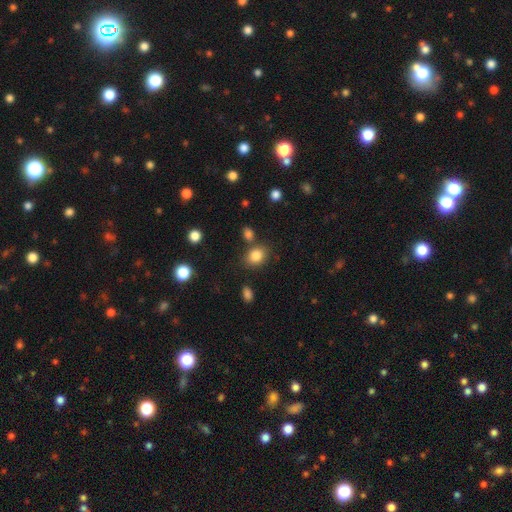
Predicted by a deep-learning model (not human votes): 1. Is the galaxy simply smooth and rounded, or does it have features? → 84% smooth, 10% star or artifact, 6% featured or disk.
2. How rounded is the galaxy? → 52% in between, 47% round, 1% cigar-shaped.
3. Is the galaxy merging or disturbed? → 72% none, 13% minor disturbance, 11% merger, 5% major disturbance.